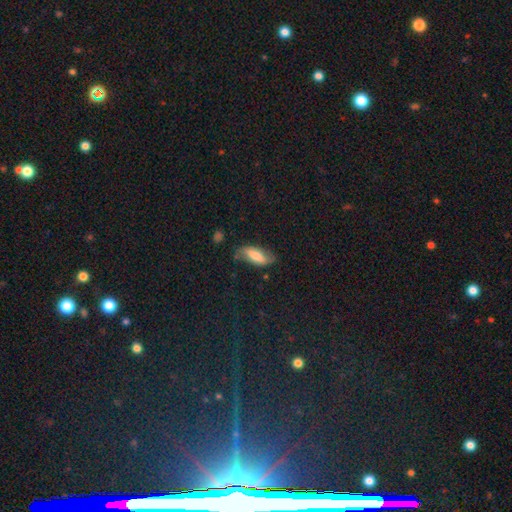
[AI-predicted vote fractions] smooth-or-featured: smooth: 58% | featured or disk: 35% | star or artifact: 7%
  how-rounded: in between: 74% | cigar-shaped: 23% | round: 3%
  merging: none: 64% | minor disturbance: 26% | major disturbance: 8% | merger: 2%